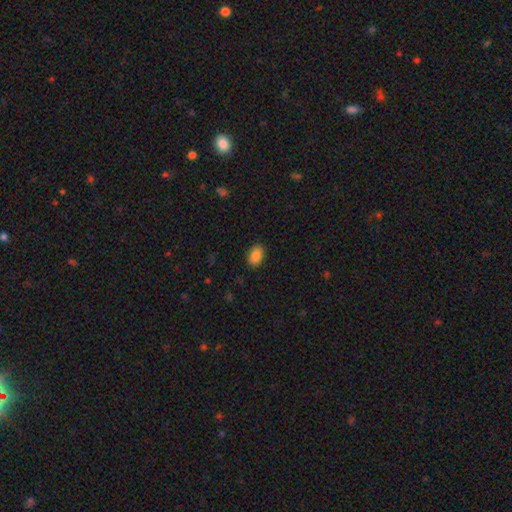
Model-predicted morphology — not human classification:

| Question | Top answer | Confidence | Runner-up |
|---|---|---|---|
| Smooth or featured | smooth | 88% | star or artifact (8%) |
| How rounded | in between | 85% | round (14%) |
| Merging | none | 88% | minor disturbance (9%) |